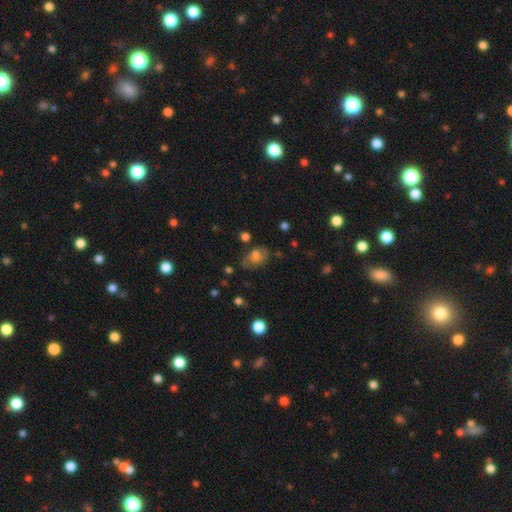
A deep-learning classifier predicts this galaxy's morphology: Smooth or featured?
  - smooth: 69% *
  - featured or disk: 18%
  - star or artifact: 13%
How rounded?
  - in between: 82% *
  - round: 16%
  - cigar-shaped: 2%
Merging?
  - none: 57% *
  - minor disturbance: 26%
  - major disturbance: 11%
  - merger: 6%